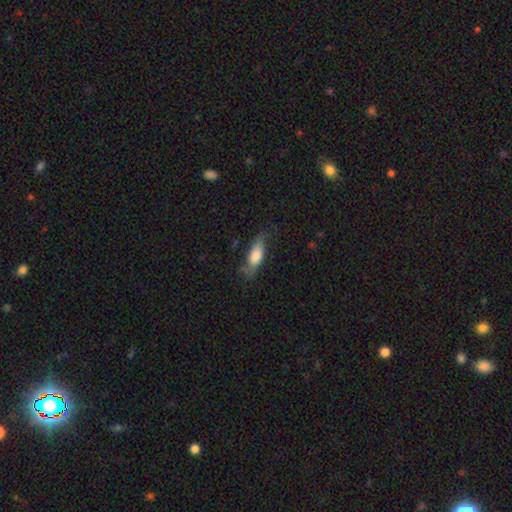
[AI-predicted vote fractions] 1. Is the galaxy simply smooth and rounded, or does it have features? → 66% smooth, 27% featured or disk, 7% star or artifact.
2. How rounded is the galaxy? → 71% in between, 26% cigar-shaped, 3% round.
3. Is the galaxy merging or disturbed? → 56% none, 30% minor disturbance, 12% major disturbance, 2% merger.